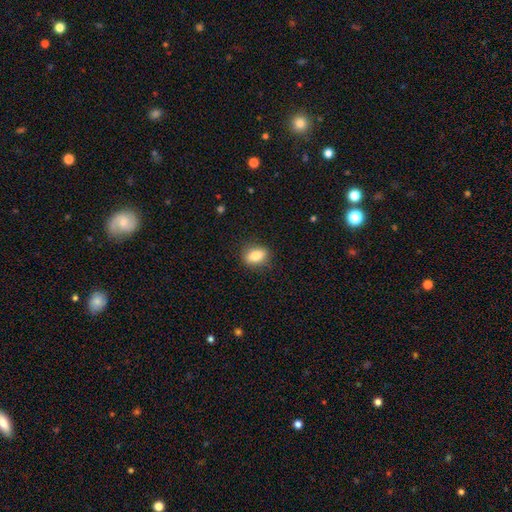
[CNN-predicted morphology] This is clearly a smooth galaxy (83%). How rounded: likely in between (72%). Merging: clearly none (86%).